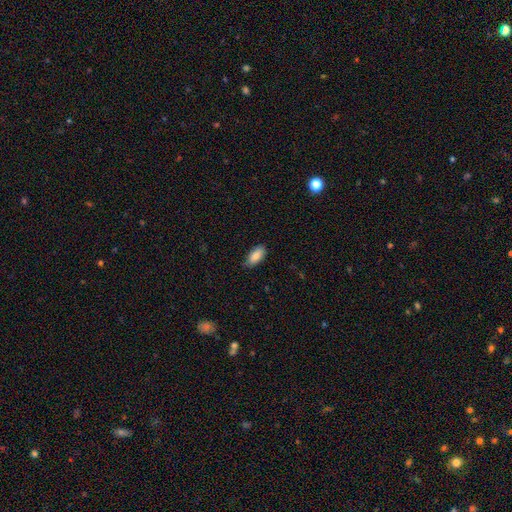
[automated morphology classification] Overall: smooth (86%). How rounded: in between (89%). Merging: none (78%).